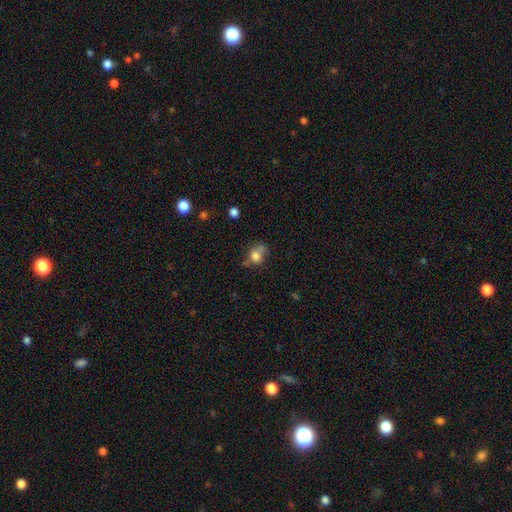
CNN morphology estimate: Smooth or featured? smooth (75%)
How rounded? round (63%)
Merging? none (43%)